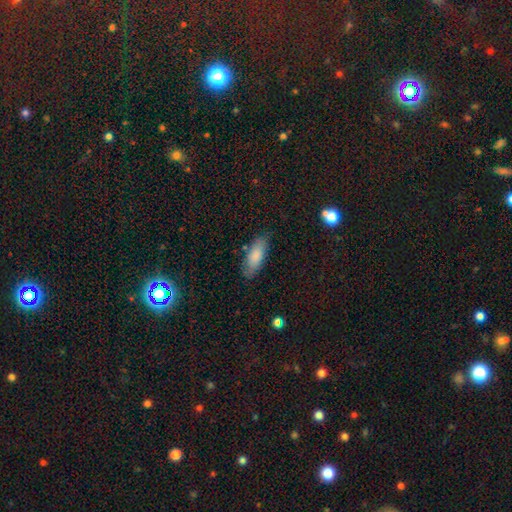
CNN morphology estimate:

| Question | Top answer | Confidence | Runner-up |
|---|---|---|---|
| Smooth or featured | smooth | 82% | featured or disk (11%) |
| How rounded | in between | 75% | cigar-shaped (23%) |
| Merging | none | 79% | minor disturbance (16%) |